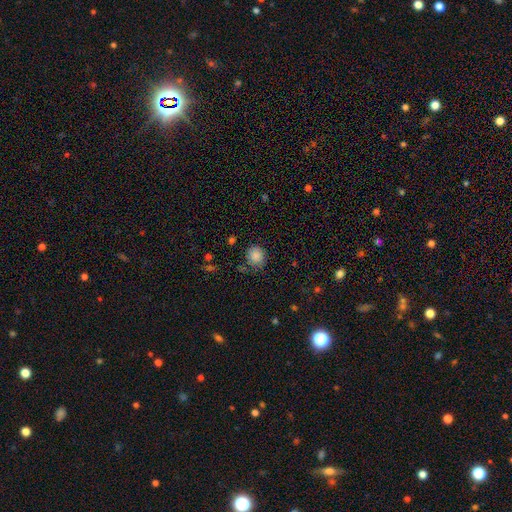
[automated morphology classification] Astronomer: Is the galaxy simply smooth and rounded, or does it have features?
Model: smooth — 84%.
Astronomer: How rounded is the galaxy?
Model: round — 77%.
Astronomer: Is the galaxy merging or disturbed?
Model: none — 73%.